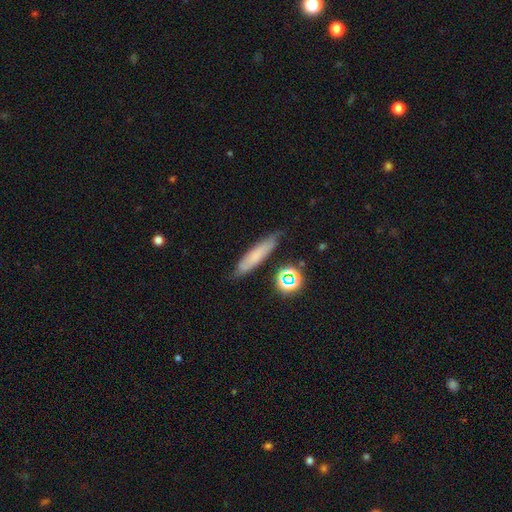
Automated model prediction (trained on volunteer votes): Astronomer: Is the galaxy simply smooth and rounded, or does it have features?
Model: smooth — 64%.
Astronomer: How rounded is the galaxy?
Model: cigar-shaped — 80%.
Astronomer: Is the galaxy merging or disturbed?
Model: none — 78%.